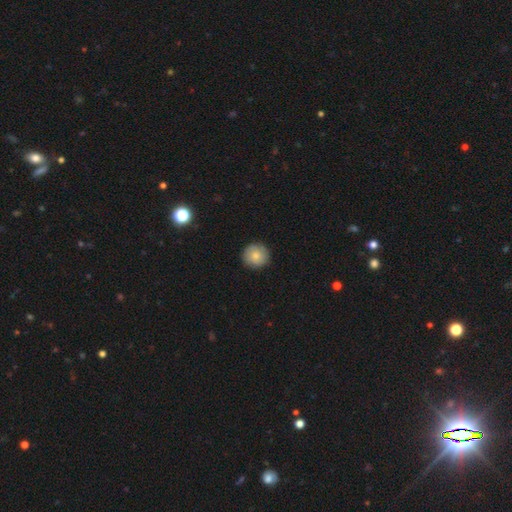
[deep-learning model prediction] Smooth or featured: smooth — 79% (featured or disk — 13%)
How rounded: round — 94% (in between — 5%)
Merging: none — 89% (minor disturbance — 8%)